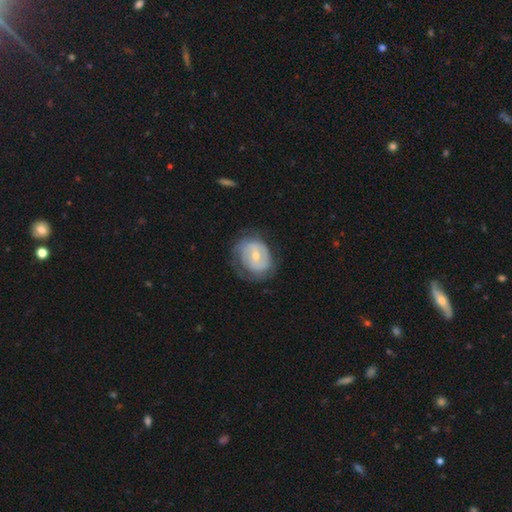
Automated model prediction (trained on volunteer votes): This is likely a featured or disk galaxy (67%). It is clearly not viewed edge-on (97%). Bar: marginally weak (44%). Spiral arm pattern: likely yes (76%). Central bulge: possibly moderate (50%). Merging: likely none (62%).